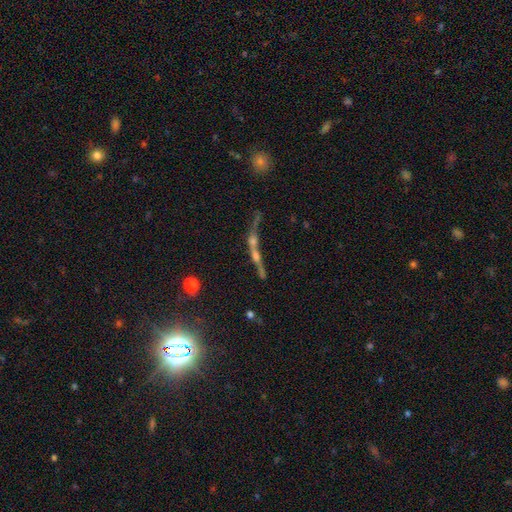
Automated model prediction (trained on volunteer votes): The model was most divided on "merging": merger: 51%, none: 28%, major disturbance: 11%, minor disturbance: 9%. More confident: edge-on disk — yes (62%); smooth or featured — featured or disk (58%).